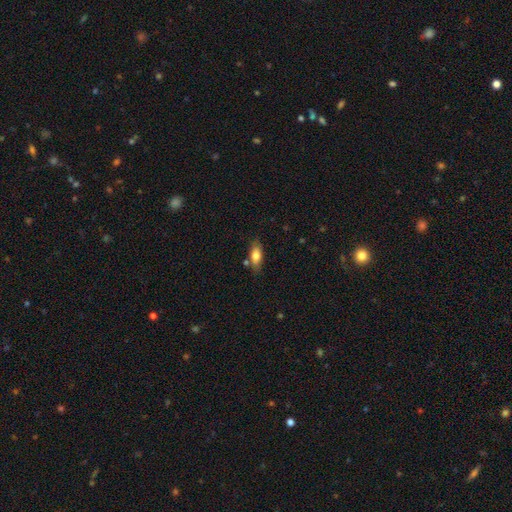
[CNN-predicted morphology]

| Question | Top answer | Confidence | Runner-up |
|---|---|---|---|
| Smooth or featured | smooth | 76% | featured or disk (17%) |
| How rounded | in between | 77% | cigar-shaped (20%) |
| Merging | none | 73% | minor disturbance (17%) |